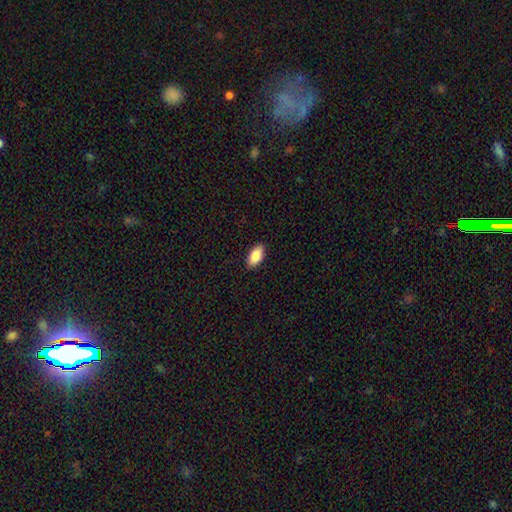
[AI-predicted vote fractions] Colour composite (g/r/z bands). It shows a smooth galaxy with no disk features (88%) that is in between round and cigar-shaped (93%). Merging: none (89%).